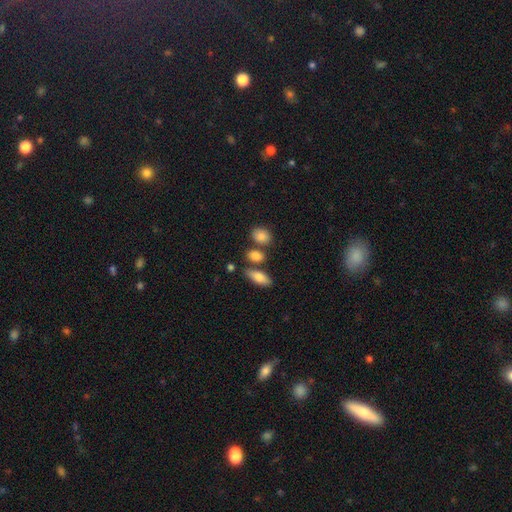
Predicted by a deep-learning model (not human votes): Morphology: type=smooth (83%); roundness=in between (70%); merging=none (66%).